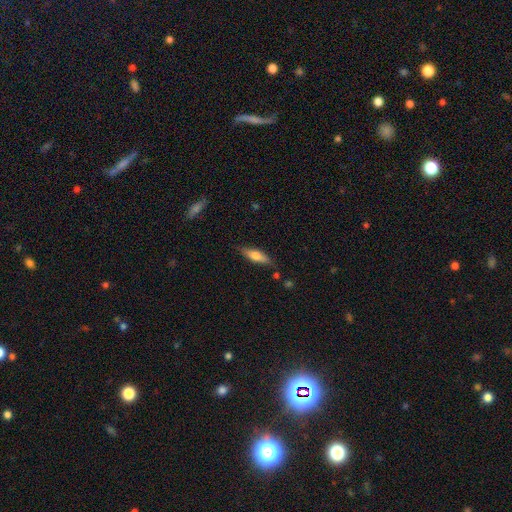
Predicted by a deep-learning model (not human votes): Smooth or featured? Predicted: smooth (p=0.61). How rounded? Predicted: cigar-shaped (p=0.58). Merging? Predicted: none (p=0.81).